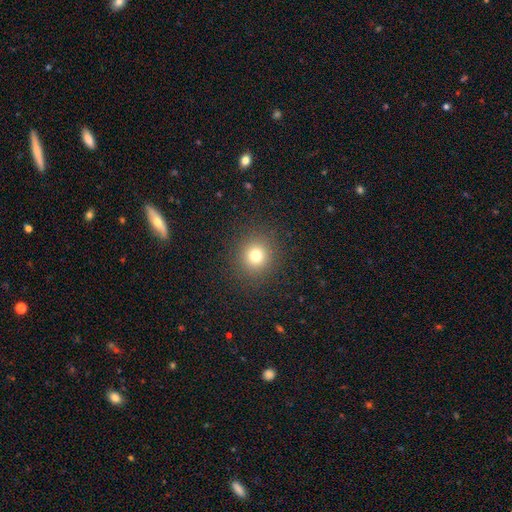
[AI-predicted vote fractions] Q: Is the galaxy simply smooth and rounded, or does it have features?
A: smooth — 76%.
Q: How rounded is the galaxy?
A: round — 92%.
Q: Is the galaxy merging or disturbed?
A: none — 90%.